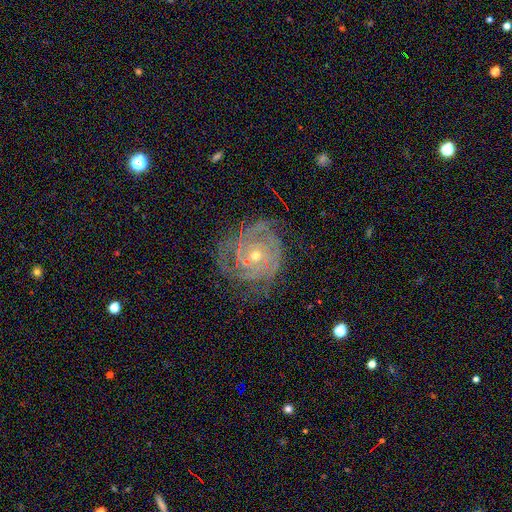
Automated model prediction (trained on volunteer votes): A featured or disk galaxy (87%) with no bar (77%), tight (76%) spiral arms (95%) and a small central bulge (61%).

Vote fractions:
- Smooth or featured? featured or disk: 87% / star or artifact: 7% / smooth: 7%
- Edge-on disk? no: 97% / yes: 3%
- Bar? no: 77% / weak: 17% / strong: 5%
- Spiral arms? yes: 95% / no: 5%
- Spiral winding? tight: 76% / medium: 20% / loose: 4%
- Spiral arm count? can't tell: 28% / 3: 24% / 2: 18% / 4: 15% / more than 4: 8% / 1: 7%
- Bulge size? small: 61% / moderate: 36% / large: 1% / none: 1% / dominant: 1%
- Merging? none: 67% / minor disturbance: 20% / major disturbance: 10% / merger: 3%